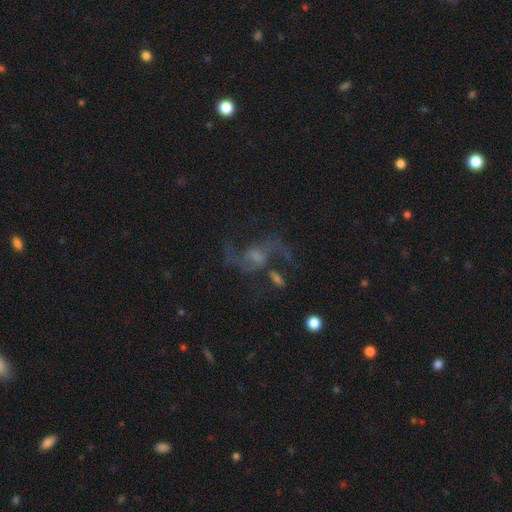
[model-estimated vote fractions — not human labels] A featured or disk galaxy (73%) with no bar (49%), 2 (83%) loose (71%) spiral arms (86%) and a small central bulge (40%). Merging: none (49%).